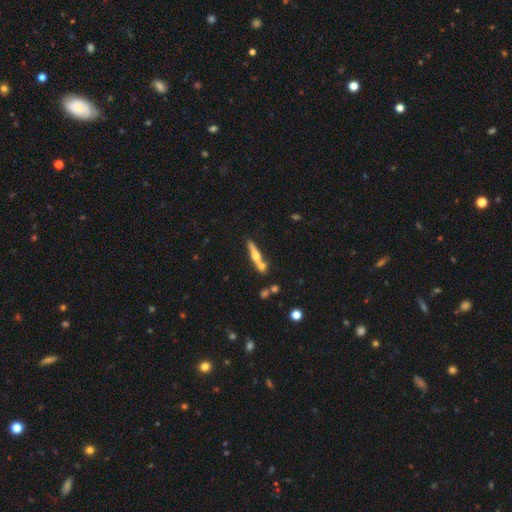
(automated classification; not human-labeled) A featured or disk galaxy (58%) viewed edge-on (94%) with a rounded central bulge (86%). Merging: none (64%).